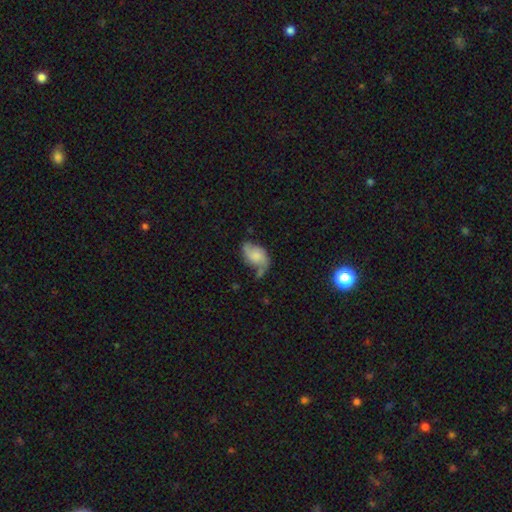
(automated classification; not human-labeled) Overall: featured or disk (56%; smooth 36%). Edge-on disk: no (96%). Bar: no (65%; weak 29%). Spiral arms: yes (87%). Bulge size: none (29%; small 27%). Merging: none (44%; minor disturbance 30%).